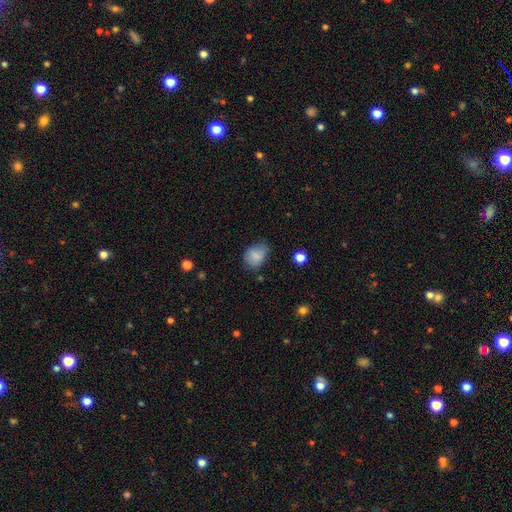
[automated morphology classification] A smooth galaxy with no disk features (80%) that is in between round and cigar-shaped (67%). Merging: none (62%).